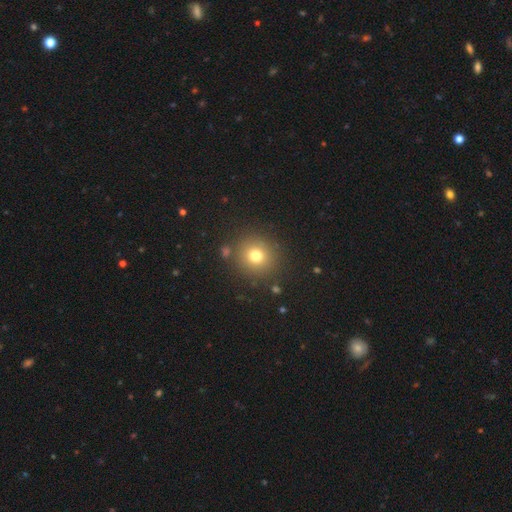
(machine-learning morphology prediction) A smooth galaxy with no disk features (75%) that is round (91%).

Vote fractions:
- Smooth or featured? smooth: 75% / star or artifact: 15% / featured or disk: 10%
- How rounded? round: 91% / in between: 8% / cigar-shaped: 1%
- Merging? none: 86% / minor disturbance: 7% / merger: 4% / major disturbance: 3%